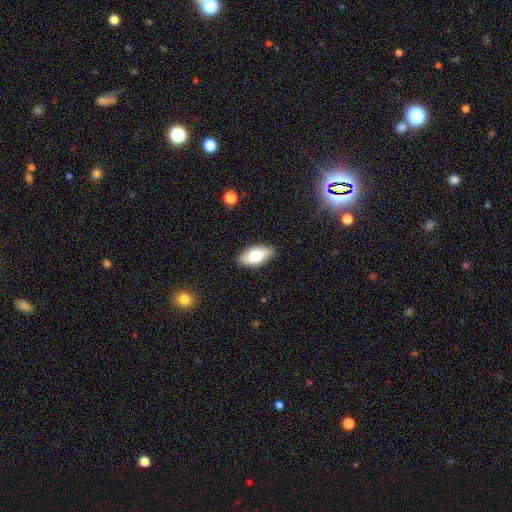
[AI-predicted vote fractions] smooth_or_featured: smooth (p=0.75) [alt: featured or disk p=0.19]
how_rounded: in between (p=0.93) [alt: cigar-shaped p=0.04]
merging: none (p=0.86) [alt: minor disturbance p=0.11]